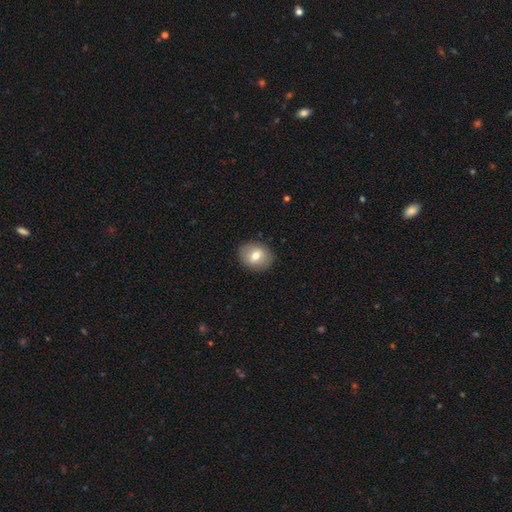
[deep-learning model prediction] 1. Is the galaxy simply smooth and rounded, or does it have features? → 71% smooth, 20% featured or disk, 8% star or artifact.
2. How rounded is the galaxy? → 53% round, 46% in between, 1% cigar-shaped.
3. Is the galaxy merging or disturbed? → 89% none, 8% minor disturbance, 2% major disturbance, 1% merger.